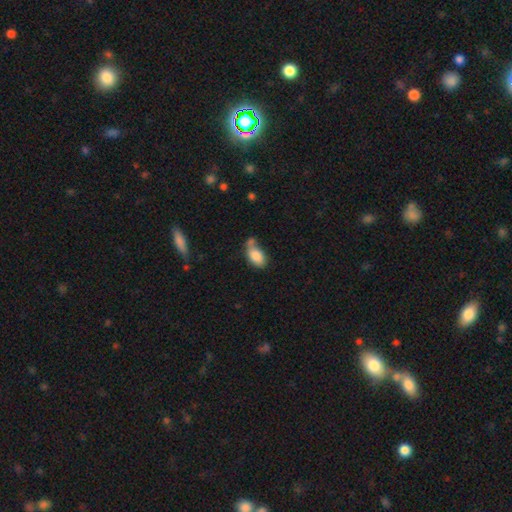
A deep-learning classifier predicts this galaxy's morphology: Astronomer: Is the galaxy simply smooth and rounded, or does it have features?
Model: smooth — 83%.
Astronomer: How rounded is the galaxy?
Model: in between — 91%.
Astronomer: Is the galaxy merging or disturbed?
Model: none — 43% (runner-up: merger, 24%).